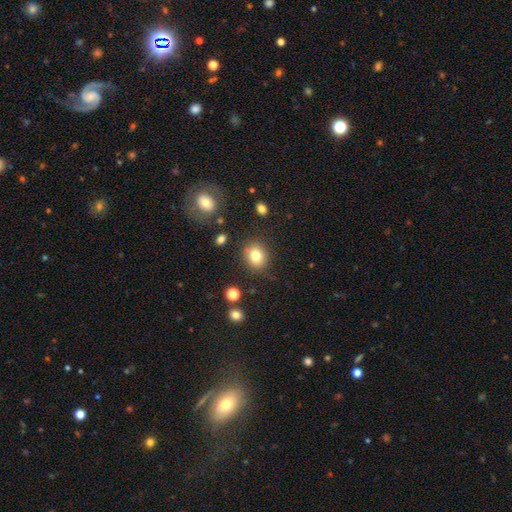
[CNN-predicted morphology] smooth 80%, star or artifact 11%, featured or disk 9%. Down the decision tree: how rounded — round (68%); merging — none (84%).